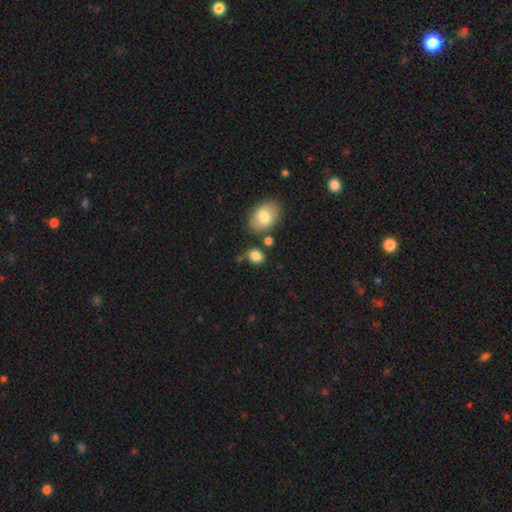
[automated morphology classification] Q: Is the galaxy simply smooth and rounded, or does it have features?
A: smooth — 84%.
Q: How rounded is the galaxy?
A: in between — 61%.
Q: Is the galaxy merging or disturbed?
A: none — 67%.